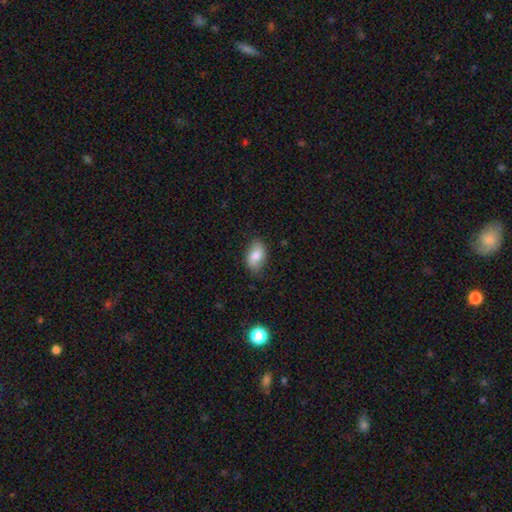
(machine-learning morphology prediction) Smooth or featured? smooth (76%)
How rounded? in between (91%)
Merging? none (78%)